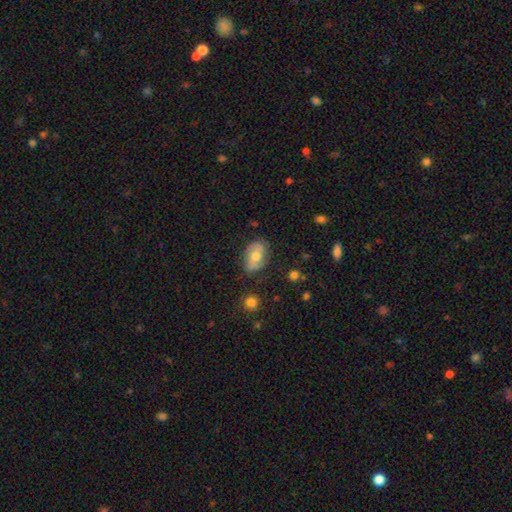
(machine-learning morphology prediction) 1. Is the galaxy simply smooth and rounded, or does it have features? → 48% smooth, 45% featured or disk, 7% star or artifact.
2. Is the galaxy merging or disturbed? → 73% none, 20% minor disturbance, 6% major disturbance, 2% merger.